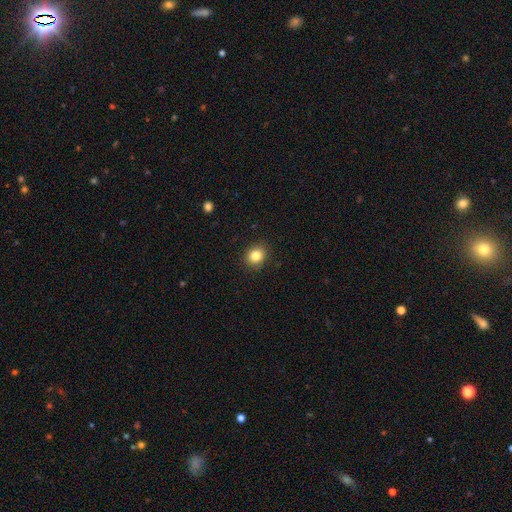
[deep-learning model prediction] Overall: smooth (84%). How rounded: round (72%). Merging: none (89%).